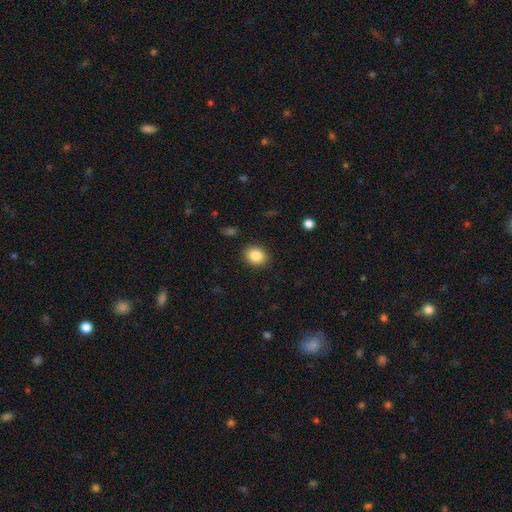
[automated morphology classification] smooth-or-featured: smooth: 86% | star or artifact: 9% | featured or disk: 6%
  how-rounded: in between: 51% | round: 48% | cigar-shaped: 1%
  merging: none: 89% | minor disturbance: 8% | major disturbance: 2% | merger: 1%